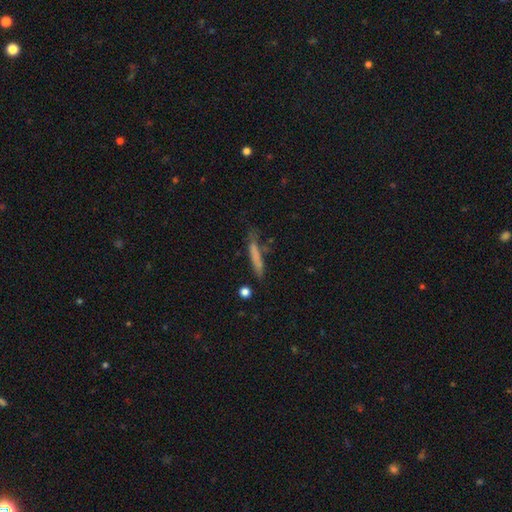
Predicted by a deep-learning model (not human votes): This appears to be a smooth galaxy with no disk features (67%) that is cigar-shaped (92%). Merging: none (64%).